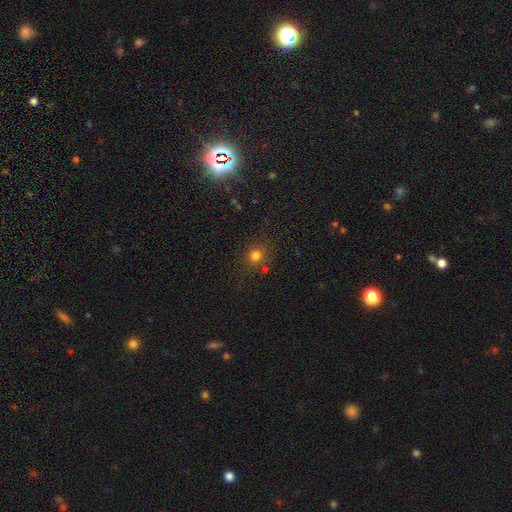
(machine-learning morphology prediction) A smooth galaxy with no disk features (74%) that is round (80%).

Vote fractions:
- Smooth or featured? smooth: 74% / star or artifact: 19% / featured or disk: 7%
- How rounded? round: 80% / in between: 19% / cigar-shaped: 1%
- Merging? none: 79% / minor disturbance: 11% / merger: 6% / major disturbance: 4%